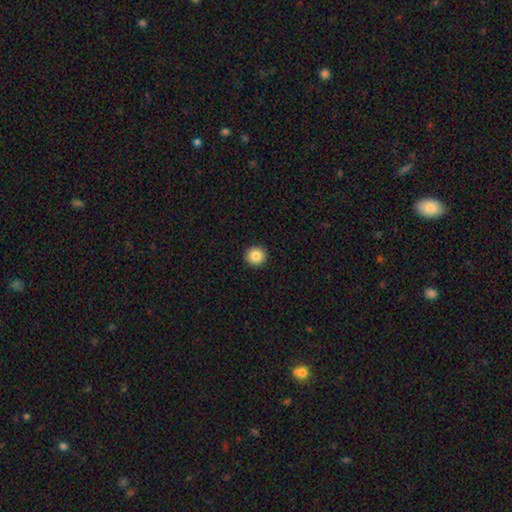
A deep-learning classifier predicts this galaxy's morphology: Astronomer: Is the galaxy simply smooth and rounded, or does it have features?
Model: smooth — 86%.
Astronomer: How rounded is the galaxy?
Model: round — 95%.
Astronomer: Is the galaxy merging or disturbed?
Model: none — 93%.